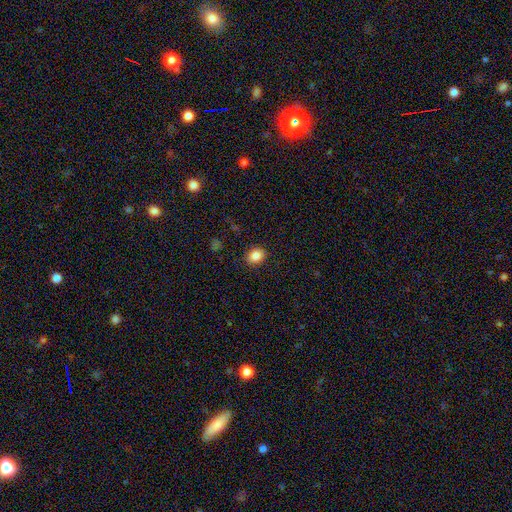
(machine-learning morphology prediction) smooth_or_featured: smooth (p=0.85) [alt: star or artifact p=0.10]
how_rounded: round (p=0.50) [alt: in between p=0.49]
merging: none (p=0.86) [alt: minor disturbance p=0.10]